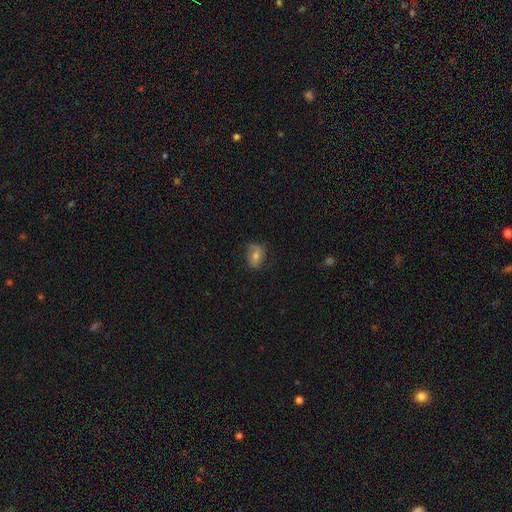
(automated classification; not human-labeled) Smooth or featured: smooth — 52% (featured or disk — 35%)
How rounded: in between — 62% (round — 36%)
Merging: none — 69% (minor disturbance — 22%)